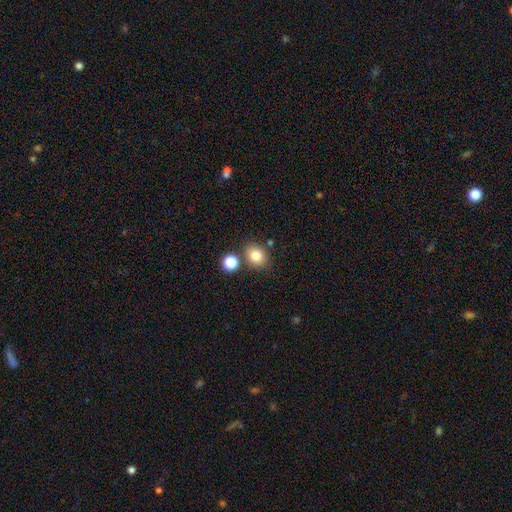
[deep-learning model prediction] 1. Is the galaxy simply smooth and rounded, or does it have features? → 82% smooth, 11% star or artifact, 7% featured or disk.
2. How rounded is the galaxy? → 62% round, 37% in between, 1% cigar-shaped.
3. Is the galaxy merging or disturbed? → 73% none, 14% merger, 10% minor disturbance, 3% major disturbance.